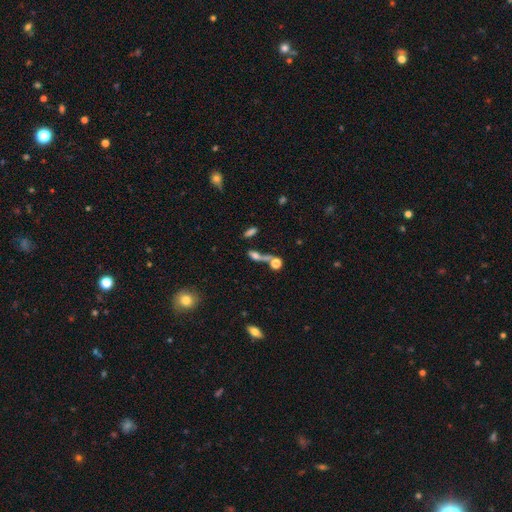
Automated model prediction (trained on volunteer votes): This is possibly a smooth galaxy (57%). How rounded: possibly in between (47%). Merging: marginally none (38%).